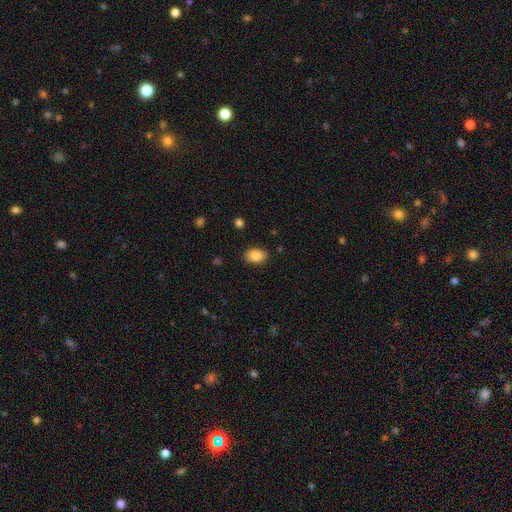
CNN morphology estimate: Smooth or featured?
  - smooth: 88% *
  - star or artifact: 8%
  - featured or disk: 4%
How rounded?
  - in between: 86% *
  - round: 12%
  - cigar-shaped: 1%
Merging?
  - none: 86% *
  - minor disturbance: 10%
  - major disturbance: 3%
  - merger: 1%